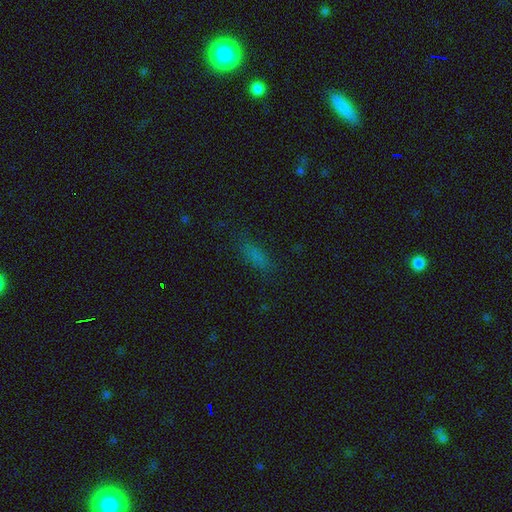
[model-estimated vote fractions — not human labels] This appears to be a smooth galaxy with no disk features (72%) that is cigar-shaped (49%). Merging: none (77%).